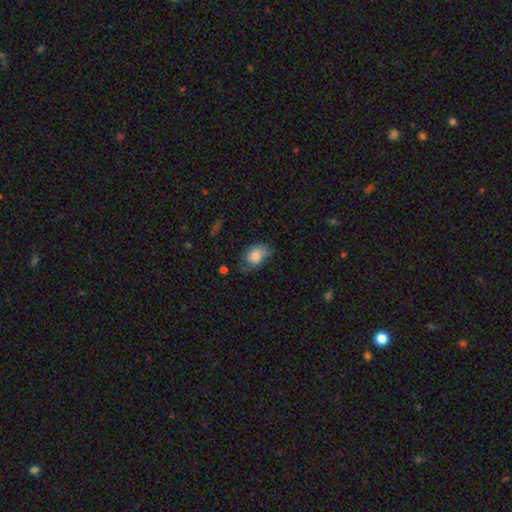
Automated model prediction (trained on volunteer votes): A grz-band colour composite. It shows a smooth galaxy with no disk features (76%) that is in between round and cigar-shaped (77%). Merging: none (47%).